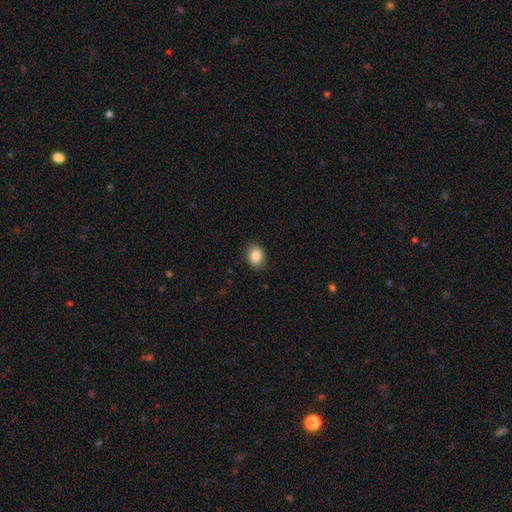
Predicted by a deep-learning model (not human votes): Q: Smooth or featured?
A: smooth (84%); runner-up: star or artifact (8%)
Q: How rounded?
A: in between (73%); runner-up: round (26%)
Q: Merging?
A: none (84%); runner-up: minor disturbance (13%)